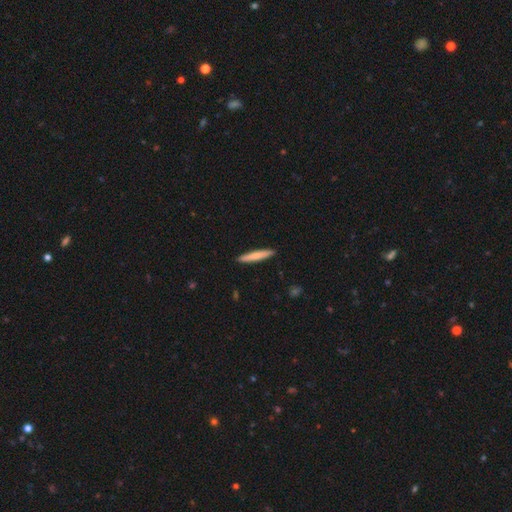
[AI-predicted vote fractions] Smooth or featured? Predicted: smooth (p=0.71). How rounded? Predicted: cigar-shaped (p=0.94). Merging? Predicted: none (p=0.92).